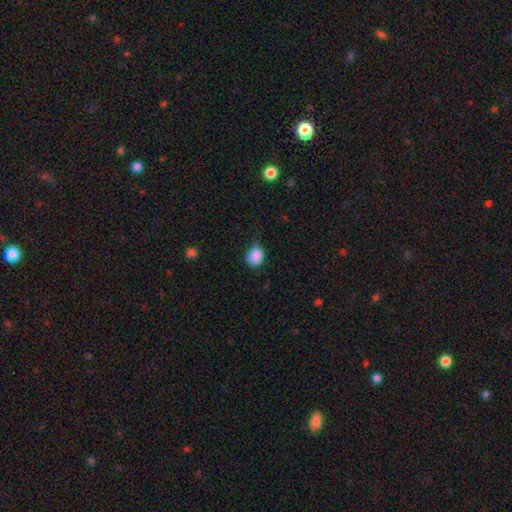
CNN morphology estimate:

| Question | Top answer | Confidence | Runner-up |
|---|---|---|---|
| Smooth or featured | smooth | 87% | star or artifact (9%) |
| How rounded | round | 62% | in between (37%) |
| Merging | none | 61% | minor disturbance (31%) |